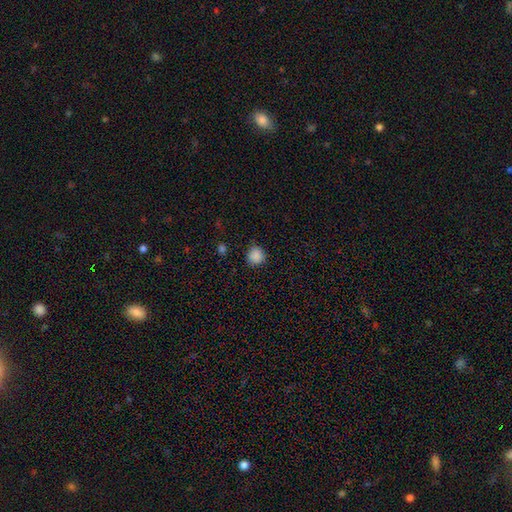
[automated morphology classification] type=smooth (87%); roundness=round (90%); merging=none (85%).